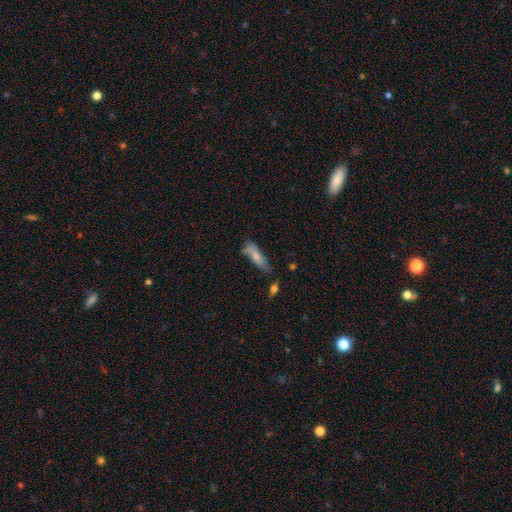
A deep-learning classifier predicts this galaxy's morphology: The model was most divided on "how rounded": cigar-shaped: 52%, in between: 46%, round: 2%. More confident: smooth or featured — smooth (68%); merging — none (54%).